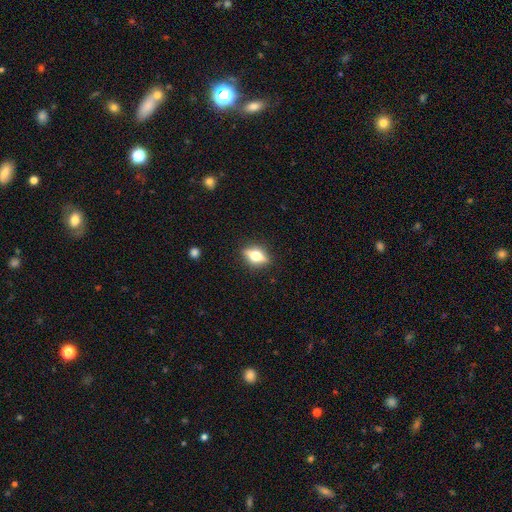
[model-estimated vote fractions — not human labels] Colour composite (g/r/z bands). It shows a featured or disk galaxy (54%) viewed edge-on (88%). Merging: none (87%).